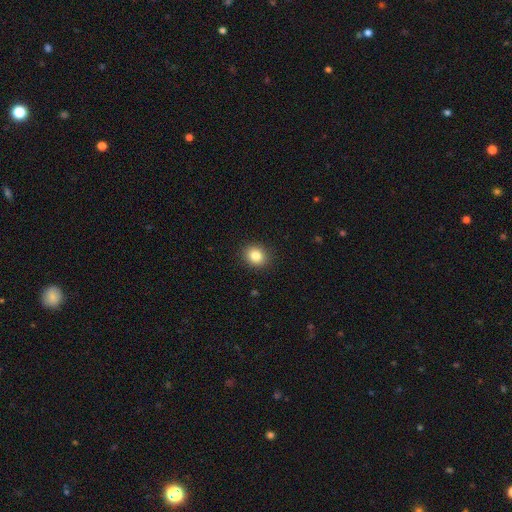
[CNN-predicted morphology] A smooth galaxy with no disk features (84%) that is round (71%). Merging: none (91%).